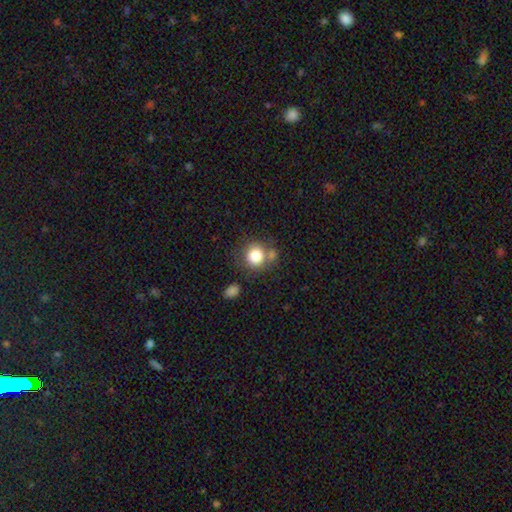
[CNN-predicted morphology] Smooth or featured: smooth — 81% (star or artifact — 10%)
How rounded: round — 87% (in between — 12%)
Merging: none — 65% (merger — 18%)